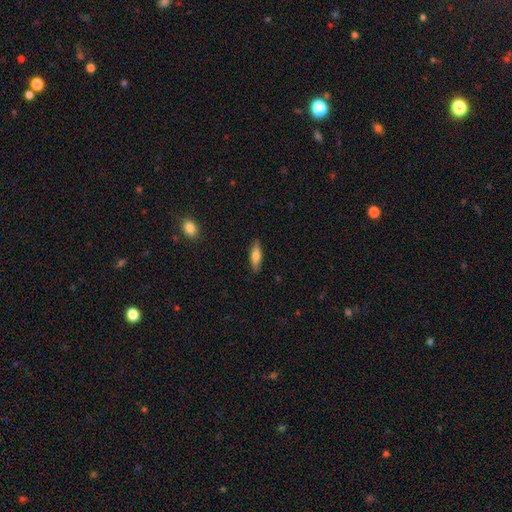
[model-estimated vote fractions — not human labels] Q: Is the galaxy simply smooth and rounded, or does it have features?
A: smooth — 67%.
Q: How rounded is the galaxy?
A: cigar-shaped — 55%.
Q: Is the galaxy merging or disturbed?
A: none — 87%.